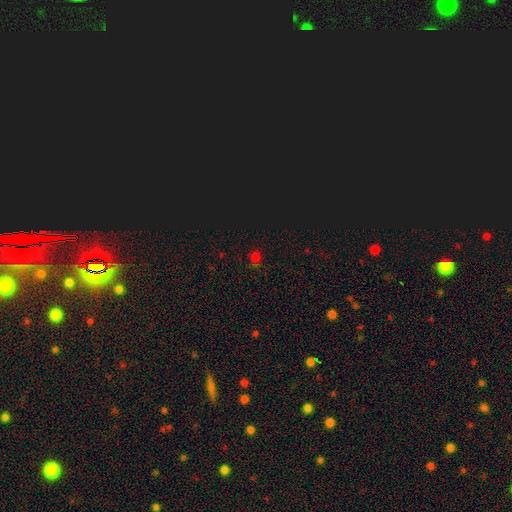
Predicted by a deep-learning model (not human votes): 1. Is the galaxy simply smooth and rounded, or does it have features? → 48% star or artifact, 46% smooth, 6% featured or disk.